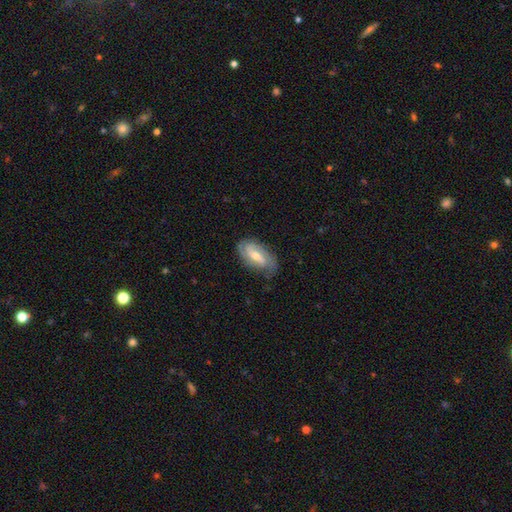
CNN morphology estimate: A featured or disk galaxy (77%) with a weak bar (48%), 2 (67%) tight (45%) spiral arms (93%) and a moderate central bulge (58%).

Vote fractions:
- Smooth or featured? featured or disk: 77% / smooth: 18% / star or artifact: 6%
- Edge-on disk? no: 94% / yes: 6%
- Bar? weak: 48% / no: 26% / strong: 26%
- Spiral arms? yes: 93% / no: 7%
- Spiral winding? tight: 45% / medium: 40% / loose: 15%
- Spiral arm count? 2: 67% / can't tell: 15% / 3: 10% / 1: 4% / 4: 2% / more than 4: 2%
- Bulge size? moderate: 58% / small: 36% / large: 3% / none: 2% / dominant: 1%
- Merging? none: 75% / minor disturbance: 19% / major disturbance: 5% / merger: 1%